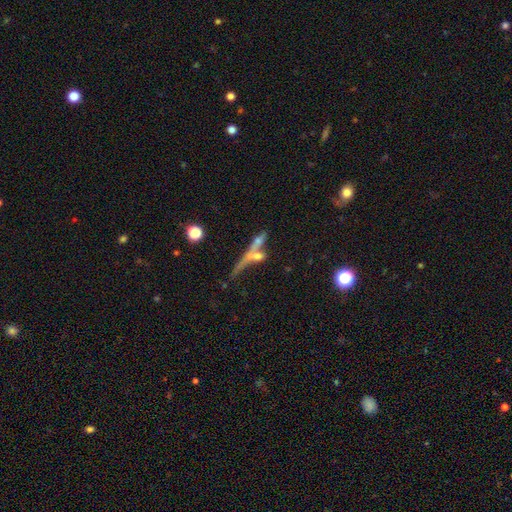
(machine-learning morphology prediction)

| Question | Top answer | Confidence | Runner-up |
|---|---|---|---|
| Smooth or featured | featured or disk | 47% | smooth (39%) |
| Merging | merger | 46% | none (31%) |